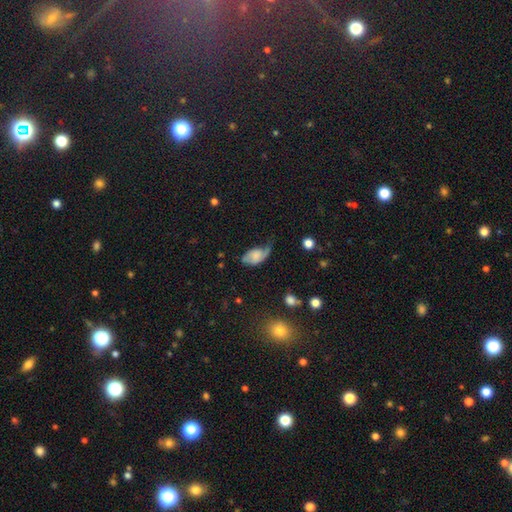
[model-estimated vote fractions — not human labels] smooth-or-featured: smooth: 49% | featured or disk: 42% | star or artifact: 9%
  merging: minor disturbance: 38% | none: 31% | major disturbance: 28% | merger: 3%